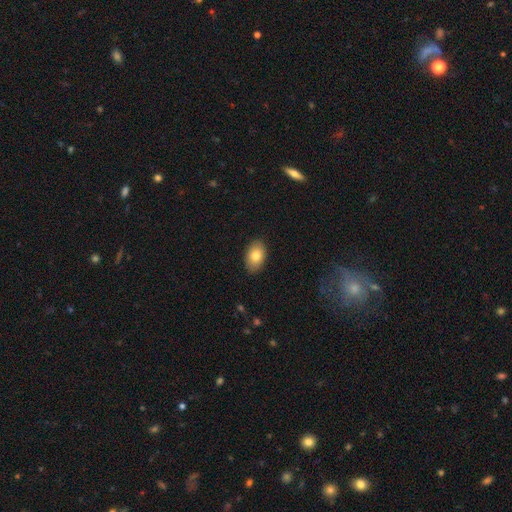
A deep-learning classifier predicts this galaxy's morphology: Smooth or featured?
  - smooth: 80% *
  - featured or disk: 13%
  - star or artifact: 7%
How rounded?
  - in between: 90% *
  - round: 8%
  - cigar-shaped: 1%
Merging?
  - none: 88% *
  - minor disturbance: 9%
  - major disturbance: 2%
  - merger: 1%